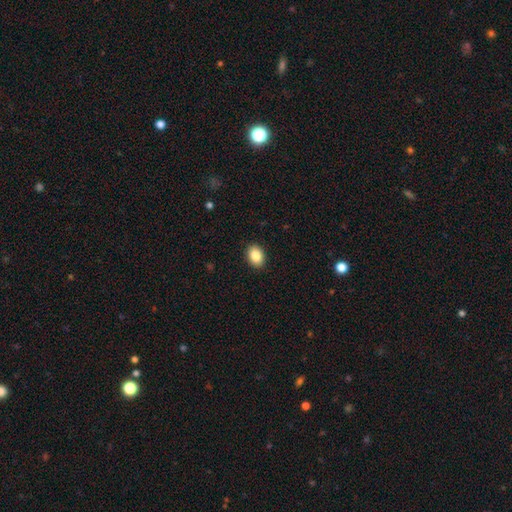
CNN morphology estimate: This is clearly a smooth galaxy (86%). How rounded: likely in between (76%). Merging: clearly none (91%).